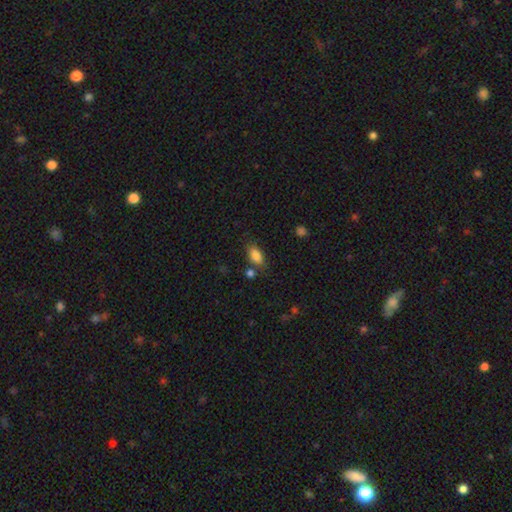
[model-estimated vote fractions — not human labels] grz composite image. It shows a smooth galaxy with no disk features (86%) that is in between round and cigar-shaped (89%). Merging: none (72%).